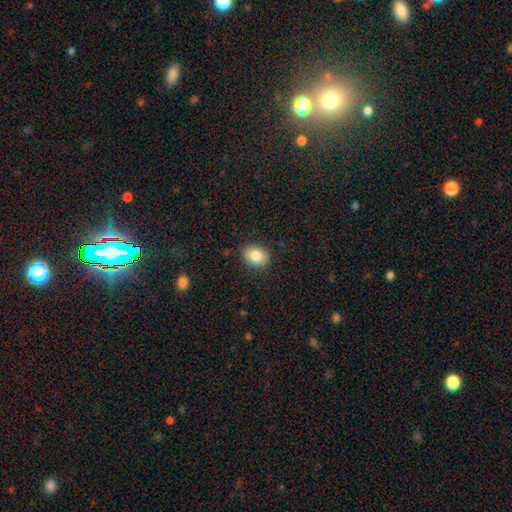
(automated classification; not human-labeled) Q: Smooth or featured?
A: smooth (84%); runner-up: star or artifact (9%)
Q: How rounded?
A: in between (56%); runner-up: round (43%)
Q: Merging?
A: none (88%); runner-up: minor disturbance (9%)